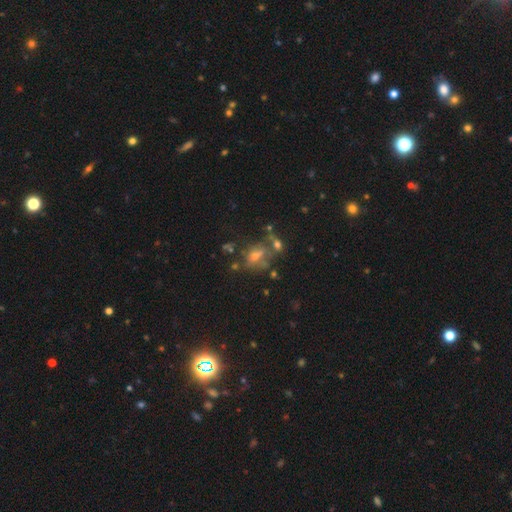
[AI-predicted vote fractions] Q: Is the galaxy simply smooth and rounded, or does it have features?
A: smooth — 34%.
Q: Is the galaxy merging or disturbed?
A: none — 47%.